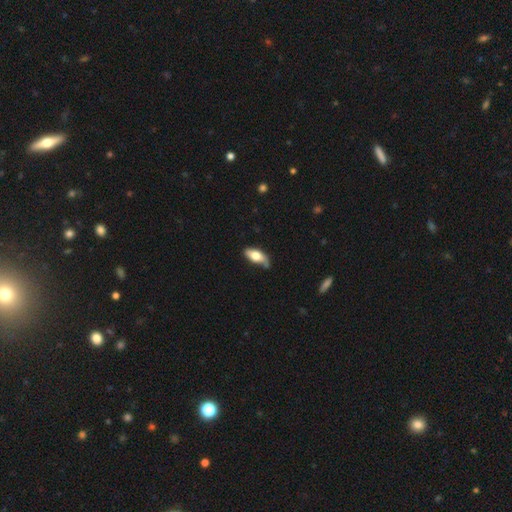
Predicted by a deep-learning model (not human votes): smooth 64%, featured or disk 30%, star or artifact 6%. Down the decision tree: how rounded — in between (83%); merging — none (52%).